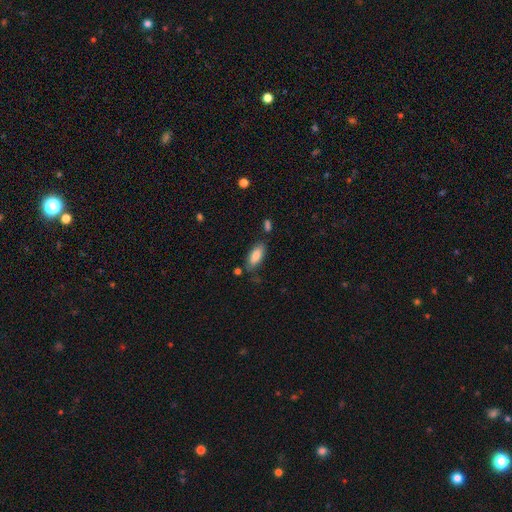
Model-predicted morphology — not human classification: Q: Smooth or featured?
A: smooth (83%); runner-up: featured or disk (10%)
Q: How rounded?
A: in between (80%); runner-up: cigar-shaped (18%)
Q: Merging?
A: none (73%); runner-up: minor disturbance (17%)